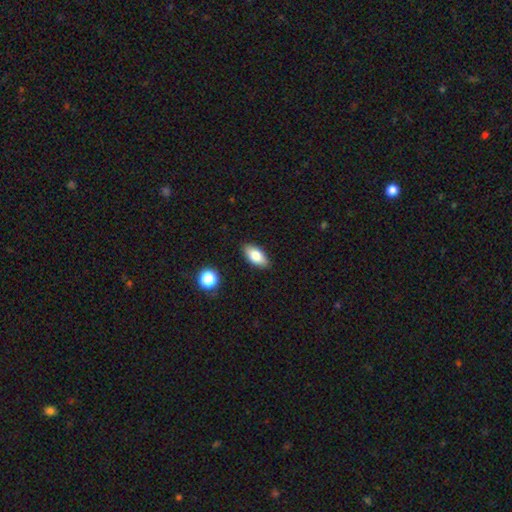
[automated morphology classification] Smooth or featured: smooth — 80% (featured or disk — 12%)
How rounded: in between — 90% (cigar-shaped — 6%)
Merging: none — 88% (minor disturbance — 9%)